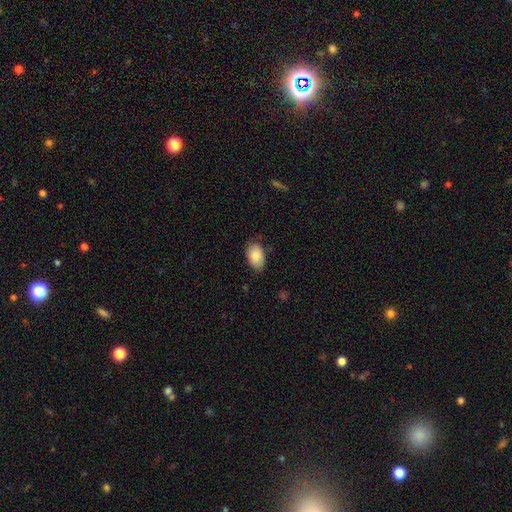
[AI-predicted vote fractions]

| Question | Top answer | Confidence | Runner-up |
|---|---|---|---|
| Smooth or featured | smooth | 86% | featured or disk (8%) |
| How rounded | in between | 90% | round (9%) |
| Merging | none | 76% | minor disturbance (19%) |